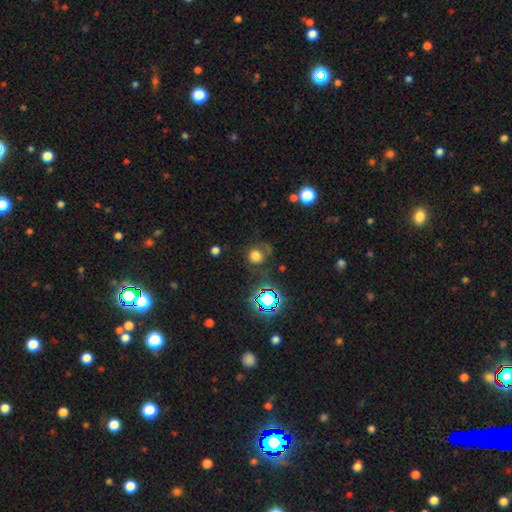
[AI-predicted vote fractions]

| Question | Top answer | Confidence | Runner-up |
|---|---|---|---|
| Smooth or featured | smooth | 67% | star or artifact (23%) |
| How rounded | round | 87% | in between (12%) |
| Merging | none | 65% | minor disturbance (18%) |